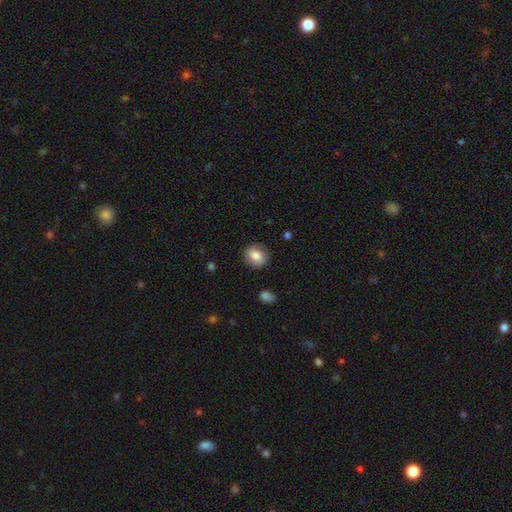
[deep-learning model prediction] smooth 78%, featured or disk 14%, star or artifact 8%. Down the decision tree: how rounded — round (68%); merging — none (84%).